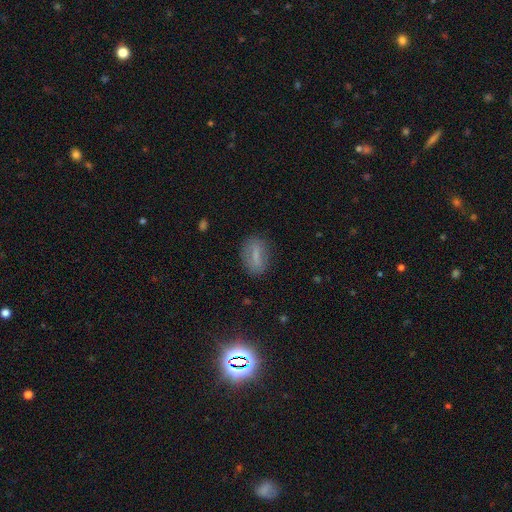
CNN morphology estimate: This is likely a smooth galaxy (61%). How rounded: likely in between (75%). Merging: likely none (78%).